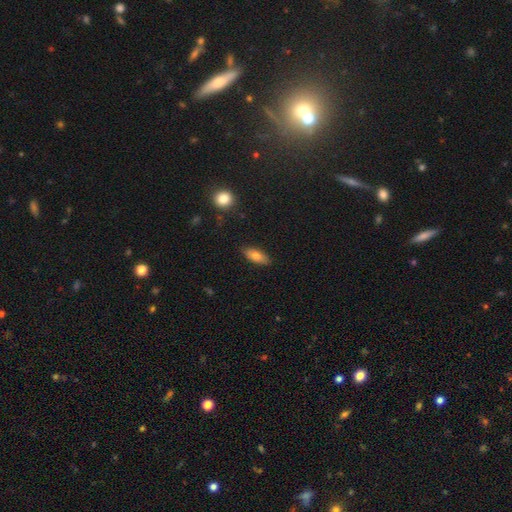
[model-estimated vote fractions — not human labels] This appears to be a smooth galaxy with no disk features (76%) that is in between round and cigar-shaped (77%). Merging: none (85%).